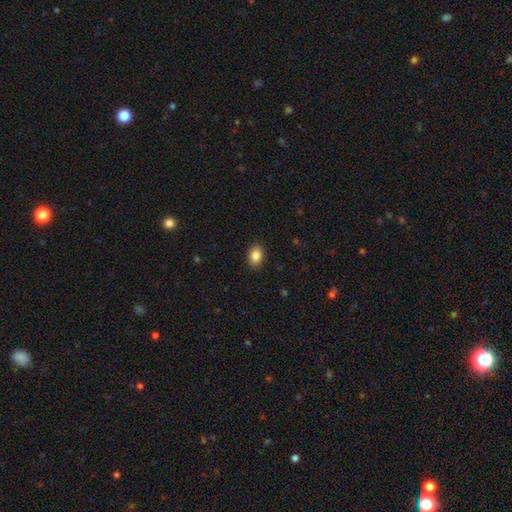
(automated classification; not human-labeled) This appears to be a smooth galaxy with no disk features (85%) that is in between round and cigar-shaped (80%). Merging: none (89%).